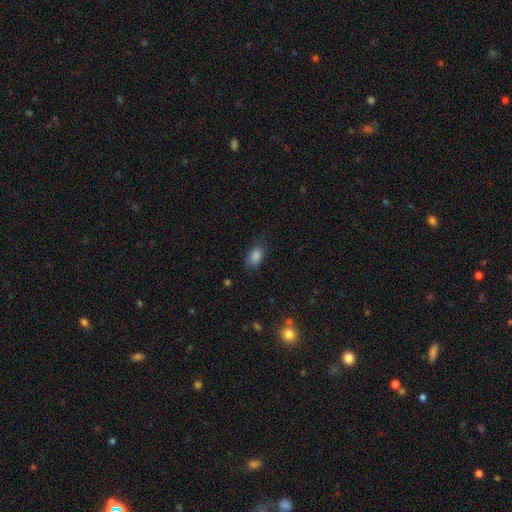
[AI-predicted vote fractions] smooth 85%, star or artifact 9%, featured or disk 6%. Down the decision tree: how rounded — in between (88%); merging — none (72%).